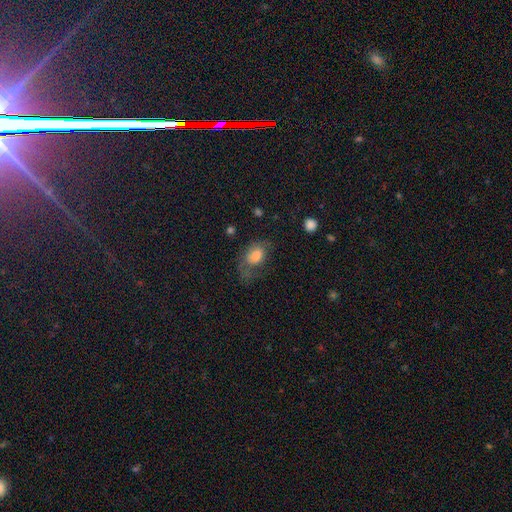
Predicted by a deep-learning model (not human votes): Smooth or featured?
  - smooth: 65% *
  - featured or disk: 24%
  - star or artifact: 11%
How rounded?
  - in between: 79% *
  - round: 19%
  - cigar-shaped: 2%
Merging?
  - none: 37% *
  - major disturbance: 36%
  - minor disturbance: 25%
  - merger: 3%